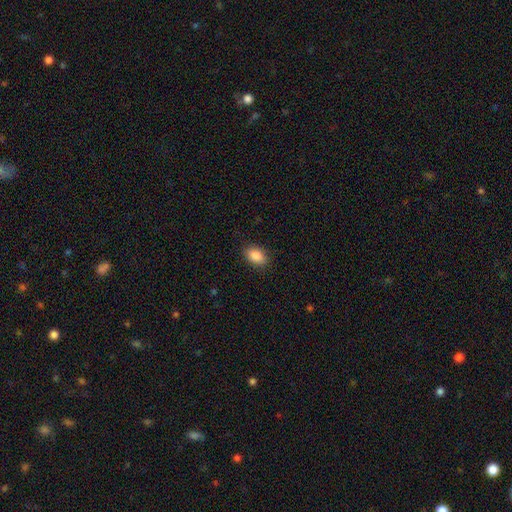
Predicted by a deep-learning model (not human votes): smooth-or-featured: smooth: 88% | star or artifact: 8% | featured or disk: 4%
  how-rounded: in between: 87% | round: 11% | cigar-shaped: 2%
  merging: none: 88% | minor disturbance: 9% | major disturbance: 2% | merger: 1%